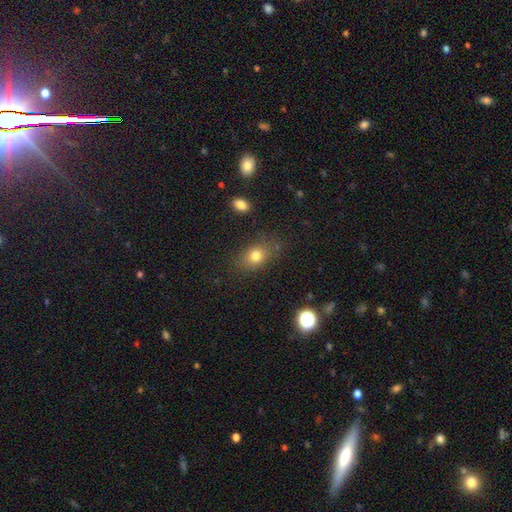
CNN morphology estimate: Overall: smooth (77%). How rounded: in between (68%; round 29%). Merging: none (75%).